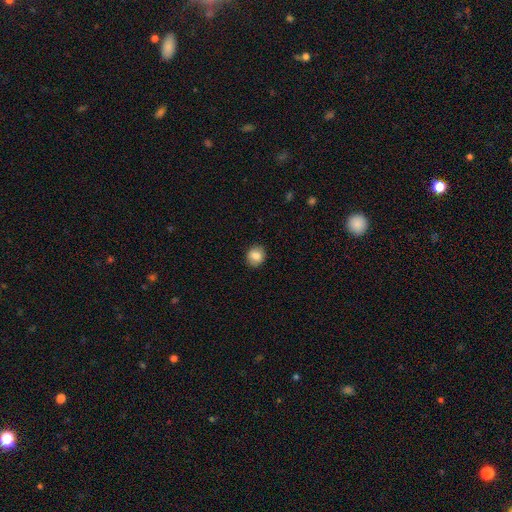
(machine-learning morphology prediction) Smooth or featured? Predicted: smooth (p=0.84). How rounded? Predicted: round (p=0.77). Merging? Predicted: none (p=0.89).